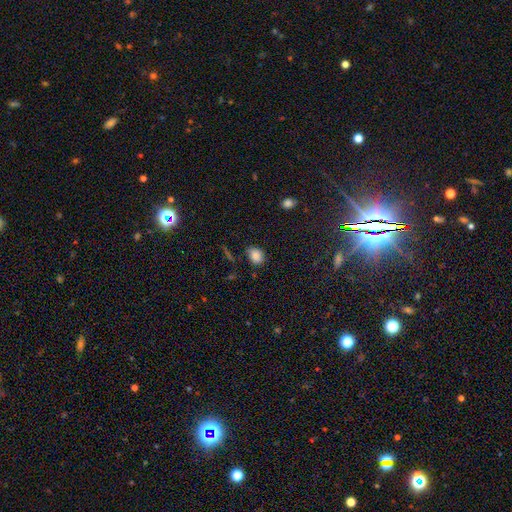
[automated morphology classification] smooth-or-featured: smooth: 85% | star or artifact: 10% | featured or disk: 5%
  how-rounded: in between: 53% | round: 46% | cigar-shaped: 1%
  merging: none: 78% | minor disturbance: 17% | major disturbance: 4% | merger: 2%